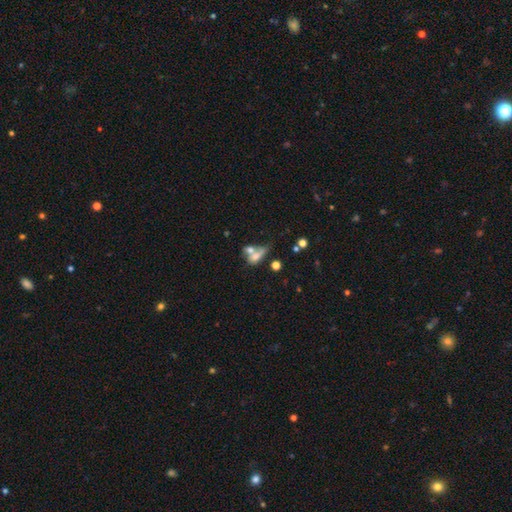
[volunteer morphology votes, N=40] Smooth or featured?
  - smooth: 68% *
  - featured or disk: 25%
  - star or artifact: 8%
How rounded?
  - in between: 81% *
  - round: 15%
  - cigar-shaped: 4%
Merging?
  - merger: 59% *
  - none: 16%
  - major disturbance: 14%
  - minor disturbance: 11%